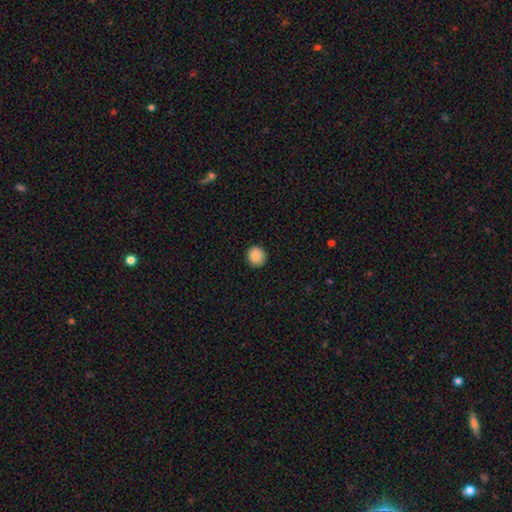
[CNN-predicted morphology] Q: Smooth or featured?
A: smooth (86%); runner-up: star or artifact (8%)
Q: How rounded?
A: round (90%); runner-up: in between (9%)
Q: Merging?
A: none (90%); runner-up: minor disturbance (7%)